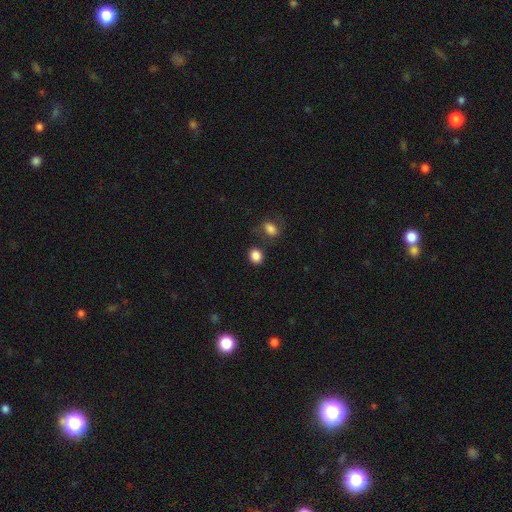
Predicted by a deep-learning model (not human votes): Overall: smooth (86%). How rounded: round (66%; in between 33%). Merging: none (73%).